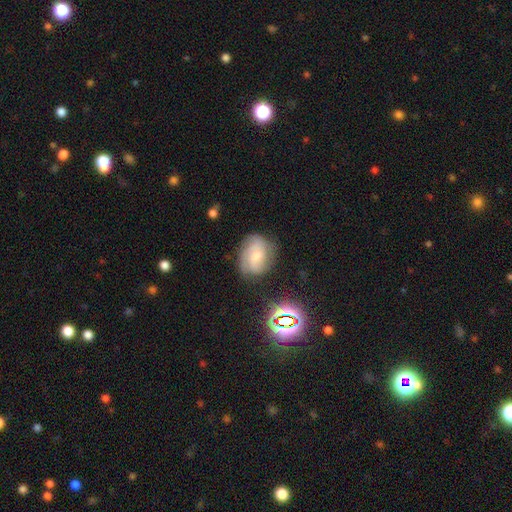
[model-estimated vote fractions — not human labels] Smooth or featured: featured or disk — 59% (smooth — 29%)
Edge-on disk: no — 96% (yes — 4%)
Bar: no — 56% (weak — 36%)
Spiral arms: yes — 89% (no — 11%)
Spiral winding: medium — 41% (tied with tight — 41%)
Spiral arm count: 2 — 36% (can't tell — 29%)
Bulge size: small — 47% (moderate — 43%)
Merging: none — 65% (minor disturbance — 24%)